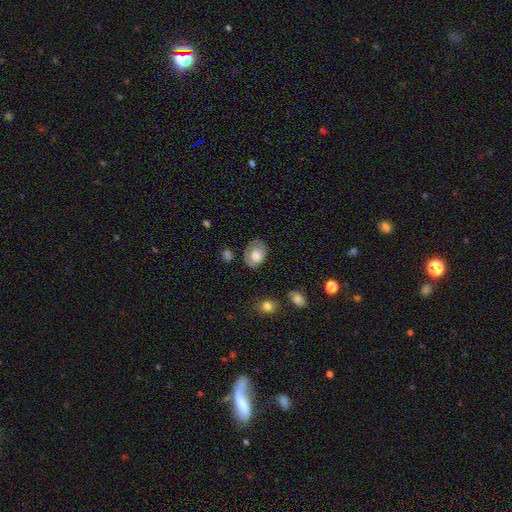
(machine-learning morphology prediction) A smooth galaxy with no disk features (67%) that is in between round and cigar-shaped (74%). Merging: none (64%).